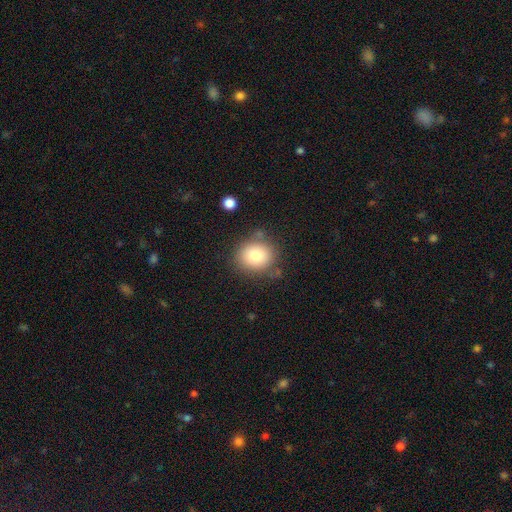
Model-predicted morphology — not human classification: Smooth or featured?
  - smooth: 79% *
  - featured or disk: 11%
  - star or artifact: 10%
How rounded?
  - round: 76% *
  - in between: 23%
  - cigar-shaped: 1%
Merging?
  - none: 76% *
  - minor disturbance: 14%
  - merger: 5%
  - major disturbance: 5%